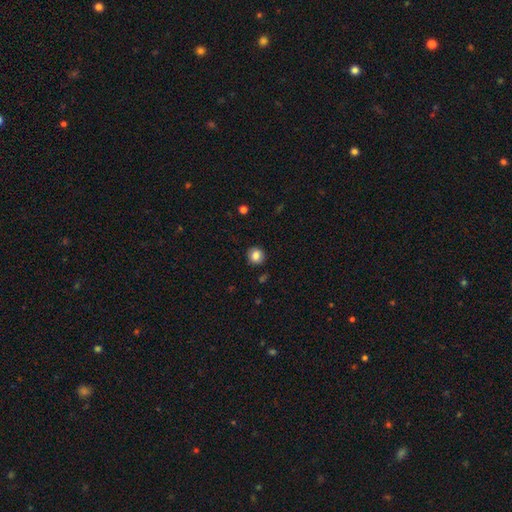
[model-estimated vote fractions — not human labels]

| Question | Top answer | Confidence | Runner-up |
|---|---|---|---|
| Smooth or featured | smooth | 84% | star or artifact (10%) |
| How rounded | round | 91% | in between (8%) |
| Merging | none | 91% | minor disturbance (6%) |